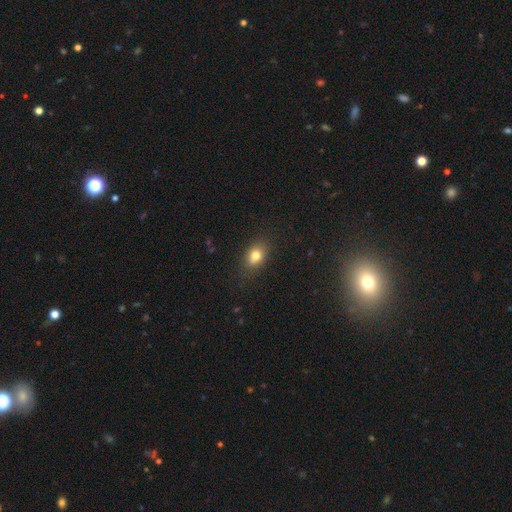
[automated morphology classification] Smooth or featured?
  - smooth: 79% *
  - star or artifact: 11%
  - featured or disk: 10%
How rounded?
  - in between: 72% *
  - round: 26%
  - cigar-shaped: 2%
Merging?
  - none: 83% *
  - minor disturbance: 12%
  - major disturbance: 4%
  - merger: 1%